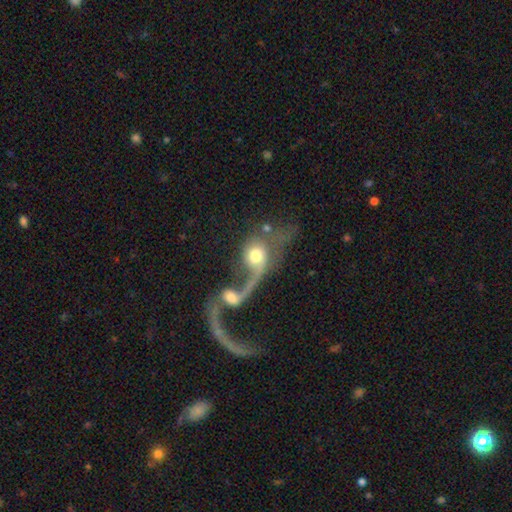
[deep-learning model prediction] Smooth or featured? Predicted: featured or disk (p=0.51). Edge-on disk? Predicted: no (p=0.93). Merging? Predicted: merger (p=0.65).